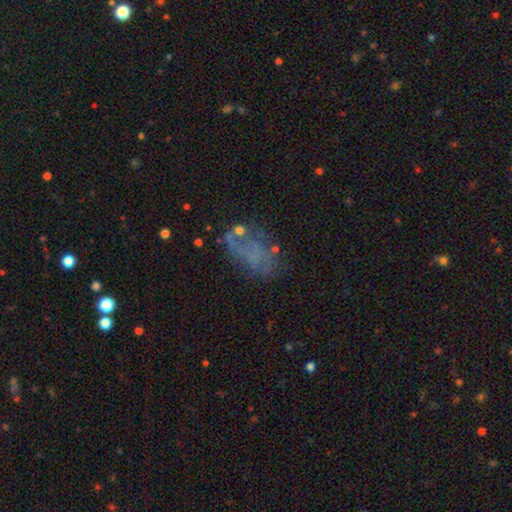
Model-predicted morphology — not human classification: A featured or disk galaxy (49%). Merging: none (43%).